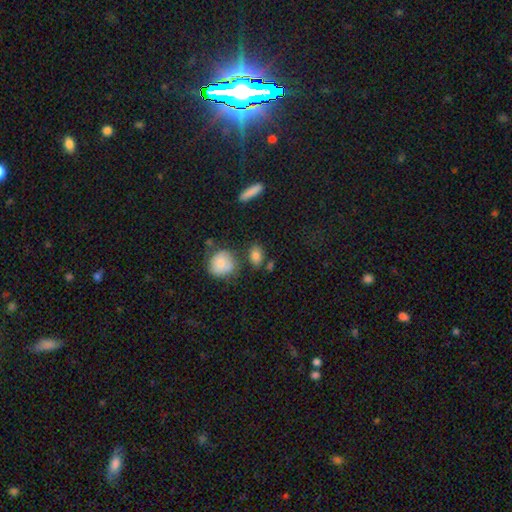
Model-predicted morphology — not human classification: smooth-or-featured: smooth: 82% | star or artifact: 9% | featured or disk: 9%
  how-rounded: in between: 74% | round: 23% | cigar-shaped: 3%
  merging: none: 71% | minor disturbance: 16% | merger: 9% | major disturbance: 5%